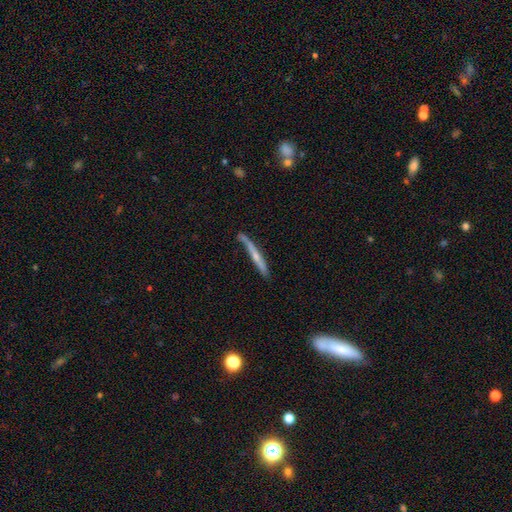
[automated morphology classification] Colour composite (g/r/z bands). It shows a featured or disk galaxy (57%) viewed edge-on (94%) with a rounded central bulge (60%). Merging: none (71%).